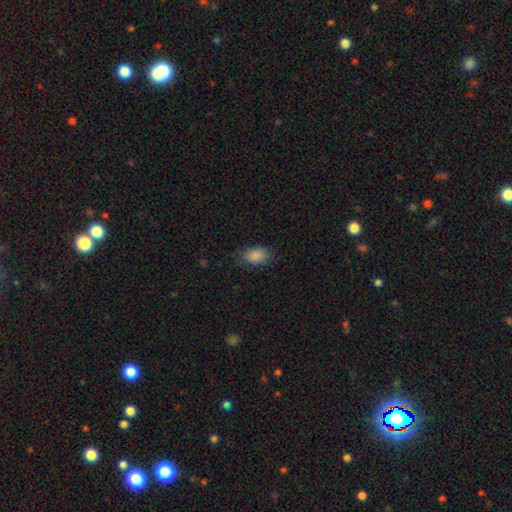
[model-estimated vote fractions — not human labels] Smooth or featured: smooth — 87% (star or artifact — 8%)
How rounded: in between — 87% (round — 11%)
Merging: none — 77% (minor disturbance — 17%)